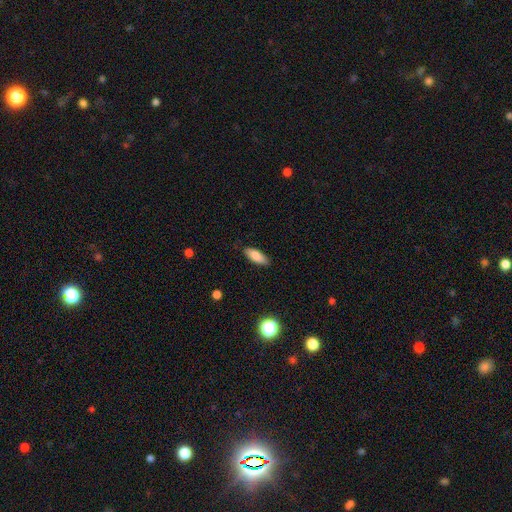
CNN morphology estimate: The model was most divided on "how rounded": in between: 76%, cigar-shaped: 22%, round: 2%. More confident: merging — none (86%); smooth or featured — smooth (82%).